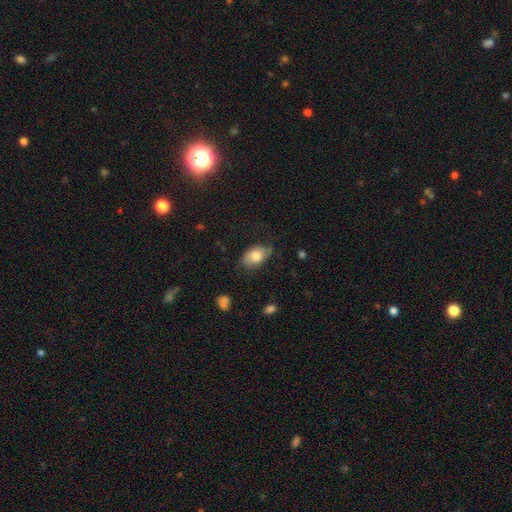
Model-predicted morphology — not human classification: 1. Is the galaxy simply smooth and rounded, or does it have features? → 79% smooth, 14% featured or disk, 8% star or artifact.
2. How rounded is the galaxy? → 86% in between, 13% round, 2% cigar-shaped.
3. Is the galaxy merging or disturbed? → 63% none, 29% minor disturbance, 7% major disturbance, 2% merger.